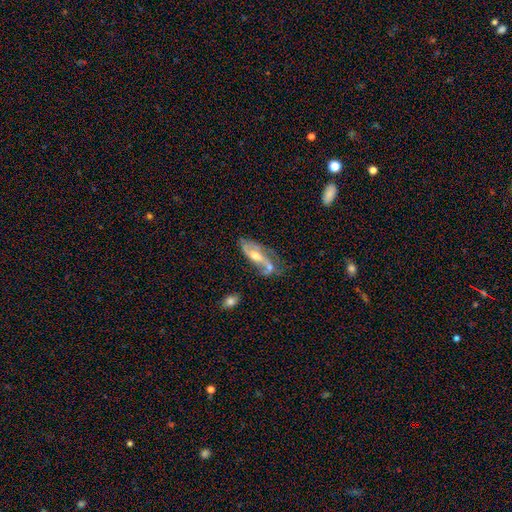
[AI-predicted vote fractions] A featured or disk galaxy (74%) with no bar (45%), 2 (77%) loose (54%) spiral arms (83%) and a moderate central bulge (63%). Merging: none (39%).